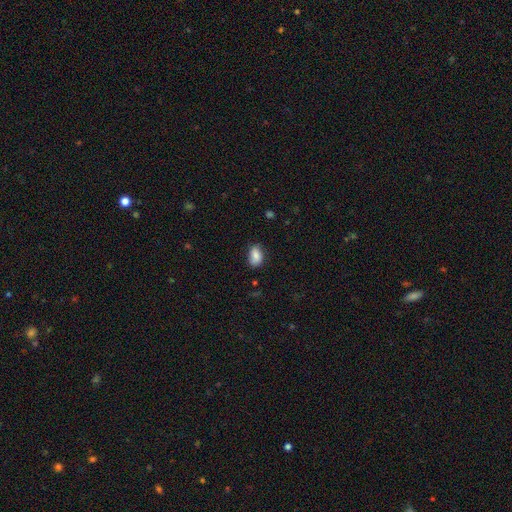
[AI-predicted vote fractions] Morphology: type=smooth (78%); roundness=in between (85%); merging=none (70%).